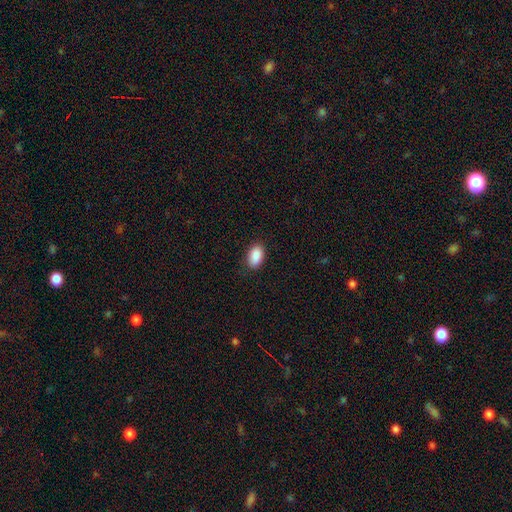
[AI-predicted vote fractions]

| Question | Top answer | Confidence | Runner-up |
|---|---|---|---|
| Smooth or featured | smooth | 90% | star or artifact (7%) |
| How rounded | in between | 93% | round (5%) |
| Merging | none | 87% | minor disturbance (10%) |